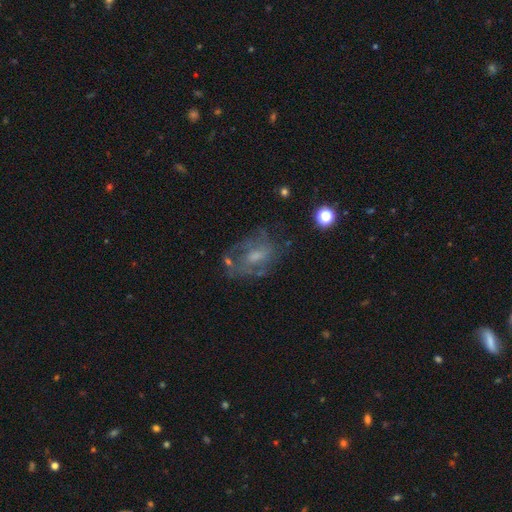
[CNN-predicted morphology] Smooth or featured: featured or disk — 64% (smooth — 24%)
Edge-on disk: no — 95% (yes — 5%)
Bar: no — 58% (weak — 35%)
Spiral arms: yes — 59% (no — 41%)
Bulge size: moderate — 43% (small — 39%)
Merging: none — 54% (minor disturbance — 22%)